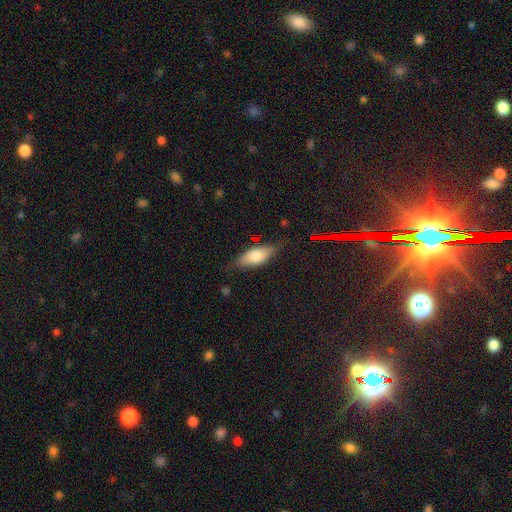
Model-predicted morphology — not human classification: Smooth or featured? smooth (71%)
How rounded? in between (79%)
Merging? none (71%)